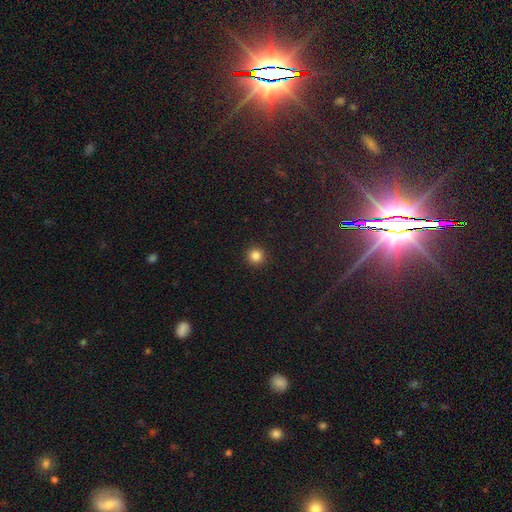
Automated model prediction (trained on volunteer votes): Smooth or featured? Predicted: smooth (p=0.84). How rounded? Predicted: round (p=0.96). Merging? Predicted: none (p=0.93).